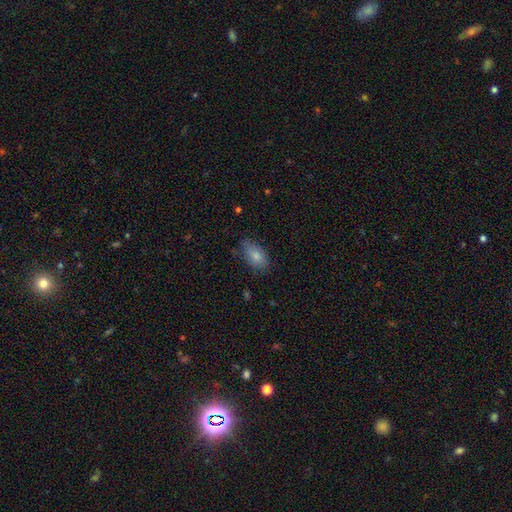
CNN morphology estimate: smooth_or_featured: smooth (p=0.81) [alt: featured or disk p=0.11]
how_rounded: in between (p=0.91) [alt: round p=0.05]
merging: none (p=0.71) [alt: minor disturbance p=0.22]